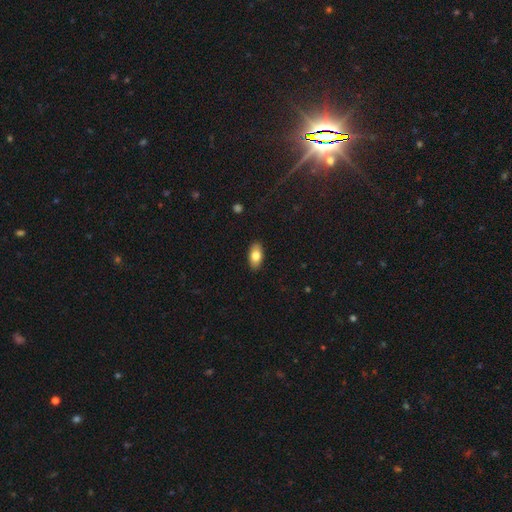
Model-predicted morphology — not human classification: A smooth galaxy with no disk features (80%) that is in between round and cigar-shaped (92%).

Vote fractions:
- Smooth or featured? smooth: 80% / featured or disk: 13% / star or artifact: 7%
- How rounded? in between: 92% / cigar-shaped: 4% / round: 4%
- Merging? none: 89% / minor disturbance: 8% / major disturbance: 2% / merger: 1%